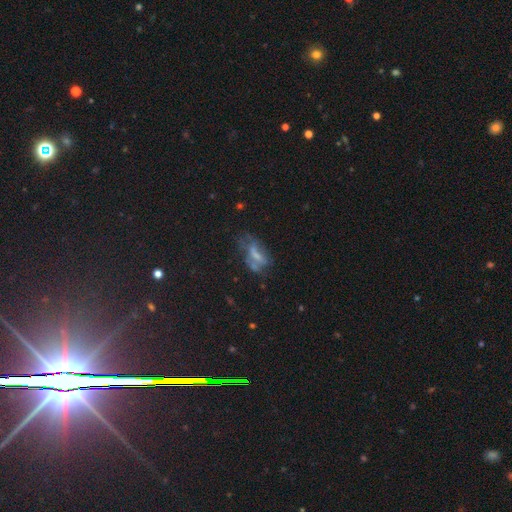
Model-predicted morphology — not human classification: This appears to be a featured or disk galaxy (42%). Merging: none (34%).